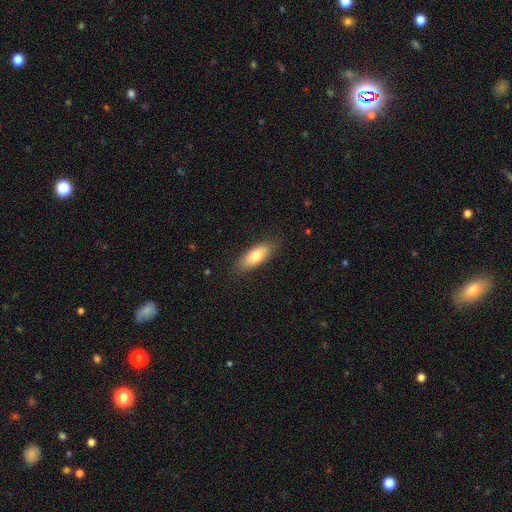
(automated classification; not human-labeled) The model was most divided on "how rounded": in between: 74%, cigar-shaped: 24%, round: 2%. More confident: merging — none (85%); smooth or featured — smooth (76%).